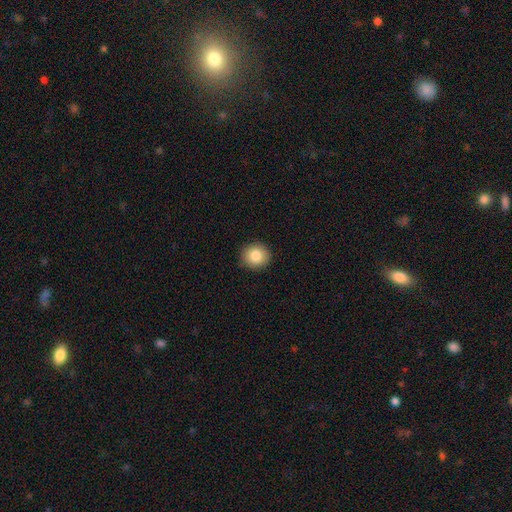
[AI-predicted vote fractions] This is clearly a smooth galaxy (84%). How rounded: clearly round (86%). Merging: clearly none (91%).